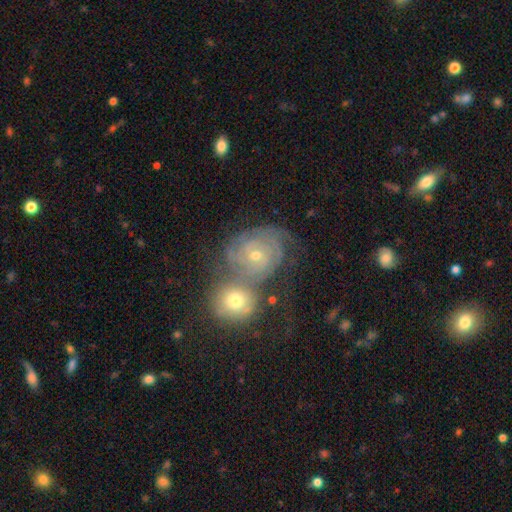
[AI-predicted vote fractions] smooth_or_featured: featured or disk (p=0.81) [alt: smooth p=0.11]
disk_edge_on: no (p=0.97) [alt: yes p=0.03]
bar: no (p=0.72) [alt: weak p=0.23]
has_spiral_arms: yes (p=0.96) [alt: no p=0.04]
spiral_winding: tight (p=0.76) [alt: medium p=0.20]
spiral_arm_count: can't tell (p=0.32) [alt: 3 p=0.26]
bulge_size: small (p=0.54) [alt: moderate p=0.43]
merging: none (p=0.43) [alt: merger p=0.35]